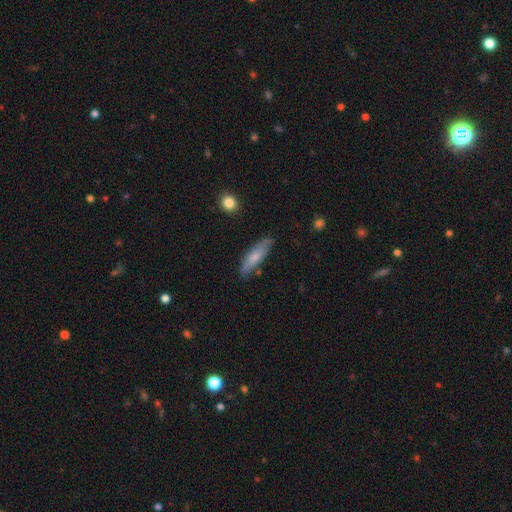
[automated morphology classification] A smooth galaxy with no disk features (63%) that is cigar-shaped (71%).

Vote fractions:
- Smooth or featured? smooth: 63% / featured or disk: 30% / star or artifact: 7%
- How rounded? cigar-shaped: 71% / in between: 27% / round: 2%
- Merging? none: 79% / minor disturbance: 16% / major disturbance: 3% / merger: 2%